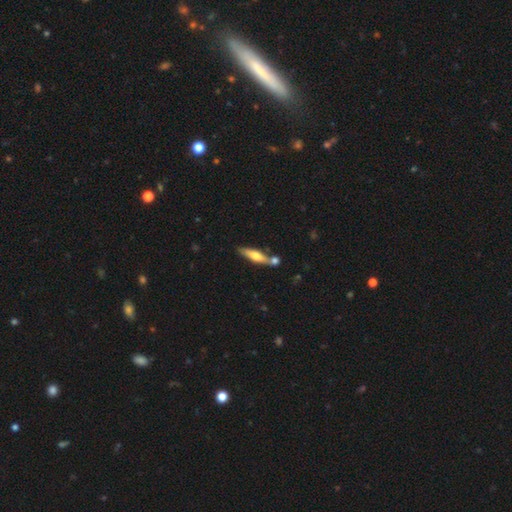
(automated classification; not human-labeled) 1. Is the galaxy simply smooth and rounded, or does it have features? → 54% smooth, 40% featured or disk, 6% star or artifact.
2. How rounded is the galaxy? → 74% cigar-shaped, 24% in between, 2% round.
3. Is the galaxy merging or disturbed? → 62% none, 22% merger, 12% minor disturbance, 3% major disturbance.